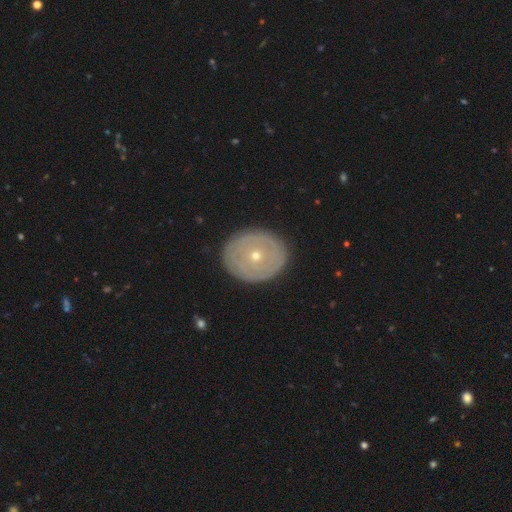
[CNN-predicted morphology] Smooth or featured? Predicted: featured or disk (p=0.62). Edge-on disk? Predicted: no (p=0.95). Bar? Predicted: no (p=0.89). Spiral arms? Predicted: no (p=0.62). Bulge size? Predicted: small (p=0.70). Merging? Predicted: none (p=0.87).